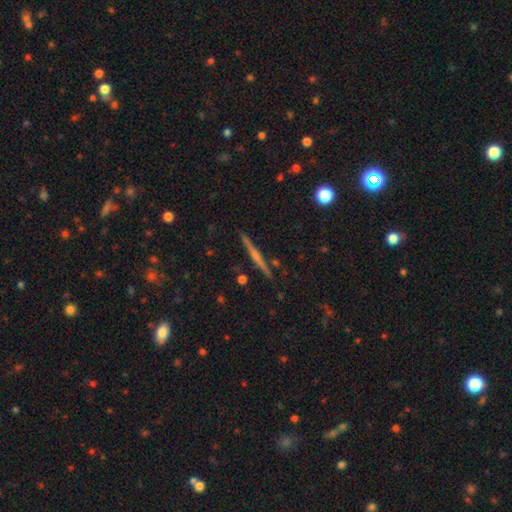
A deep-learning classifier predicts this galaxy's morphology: The model was most divided on "edge-on bulge": rounded: 67%, none: 25%, boxy: 8%. More confident: edge-on disk — yes (98%); merging — none (91%); smooth or featured — featured or disk (74%).